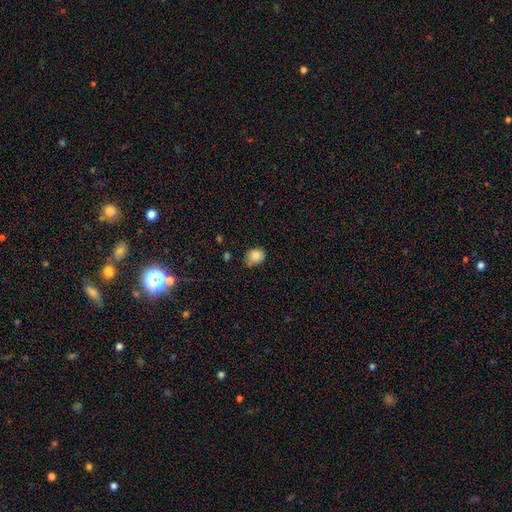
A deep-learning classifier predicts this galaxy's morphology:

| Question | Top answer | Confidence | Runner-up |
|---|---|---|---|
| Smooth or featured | smooth | 84% | star or artifact (9%) |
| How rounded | round | 61% | in between (38%) |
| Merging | none | 63% | minor disturbance (29%) |